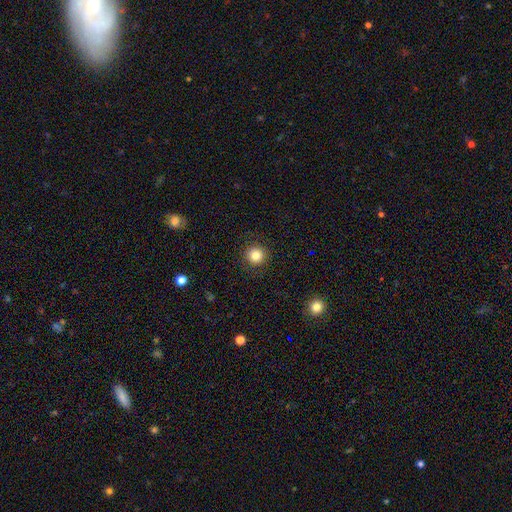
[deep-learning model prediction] Q: Smooth or featured?
A: smooth (84%); runner-up: star or artifact (11%)
Q: How rounded?
A: round (94%); runner-up: in between (5%)
Q: Merging?
A: none (91%); runner-up: minor disturbance (5%)